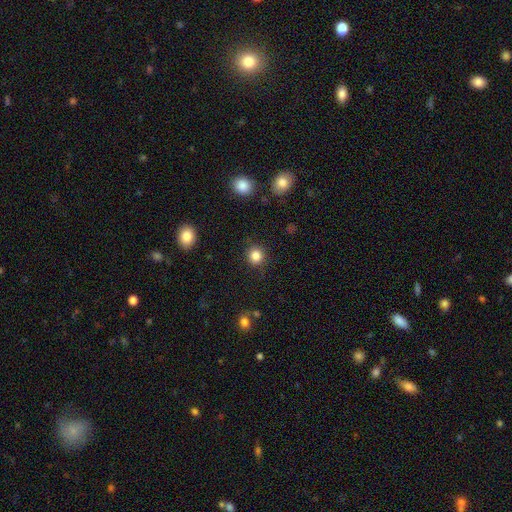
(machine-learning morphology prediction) Q: Smooth or featured?
A: smooth (86%); runner-up: star or artifact (11%)
Q: How rounded?
A: round (91%); runner-up: in between (8%)
Q: Merging?
A: none (89%); runner-up: minor disturbance (7%)